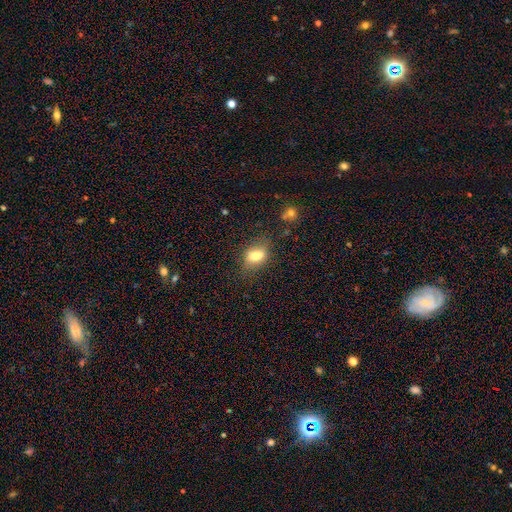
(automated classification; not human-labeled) The model was most divided on "smooth or featured": smooth: 71%, featured or disk: 19%, star or artifact: 10%. More confident: how rounded — in between (78%); merging — none (75%).